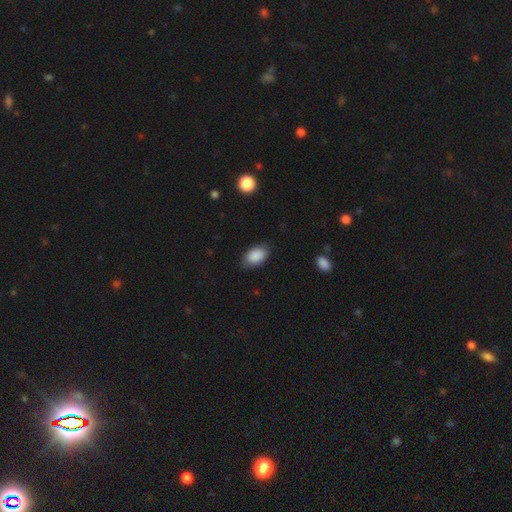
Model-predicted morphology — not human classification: A smooth galaxy with no disk features (89%) that is in between round and cigar-shaped (91%).

Vote fractions:
- Smooth or featured? smooth: 89% / star or artifact: 7% / featured or disk: 4%
- How rounded? in between: 91% / round: 8% / cigar-shaped: 1%
- Merging? none: 81% / minor disturbance: 15% / major disturbance: 3% / merger: 1%